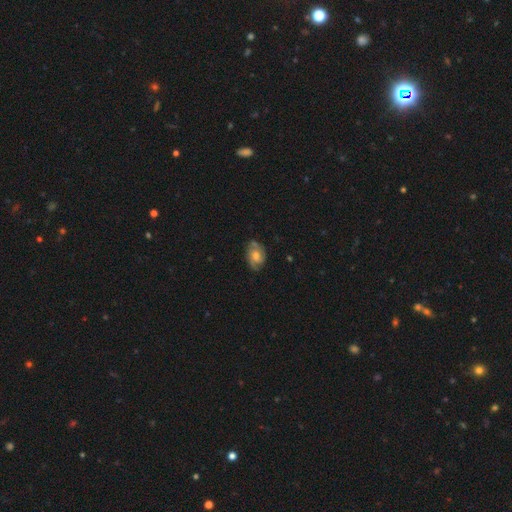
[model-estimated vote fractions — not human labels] smooth_or_featured: featured or disk (p=0.68) [alt: smooth p=0.25]
disk_edge_on: no (p=0.96) [alt: yes p=0.04]
bar: no (p=0.62) [alt: weak p=0.33]
has_spiral_arms: yes (p=0.90) [alt: no p=0.10]
spiral_winding: medium (p=0.45) [alt: tight p=0.39]
spiral_arm_count: 2 (p=0.71) [alt: can't tell p=0.14]
bulge_size: moderate (p=0.59) [alt: small p=0.18]
merging: none (p=0.74) [alt: minor disturbance p=0.19]